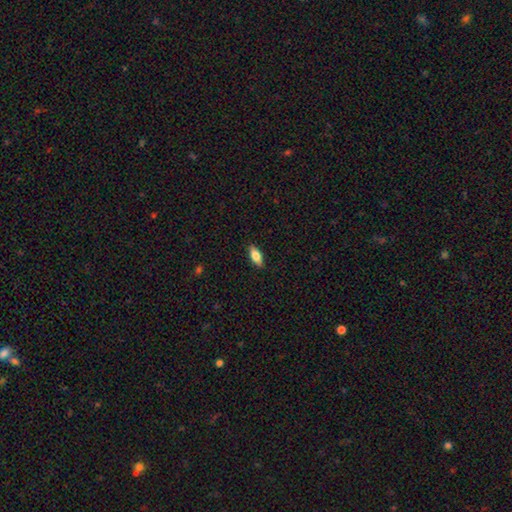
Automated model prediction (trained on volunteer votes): A smooth galaxy with no disk features (73%) that is in between round and cigar-shaped (80%). Merging: none (88%).